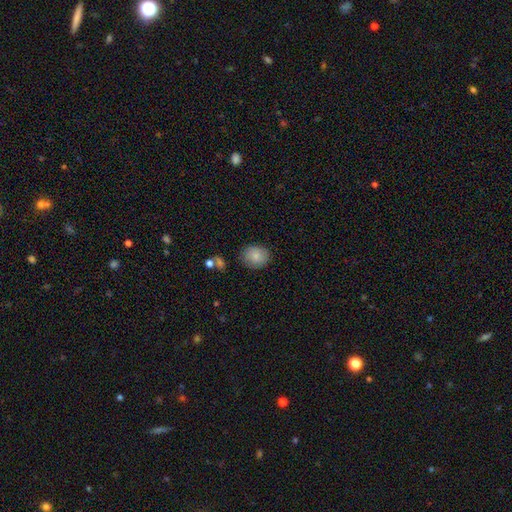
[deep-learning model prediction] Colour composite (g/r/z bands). It shows a smooth galaxy with no disk features (82%) that is round (64%). Merging: none (82%).